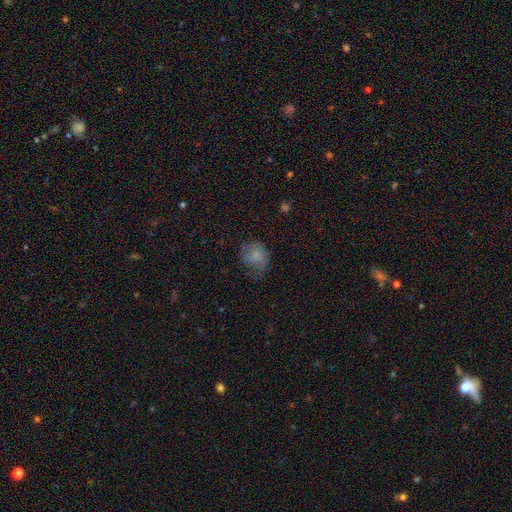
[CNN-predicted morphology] The model was most divided on "merging": none: 42%, minor disturbance: 30%, major disturbance: 27%, merger: 2%. More confident: how rounded — round (64%); smooth or featured — smooth (62%).